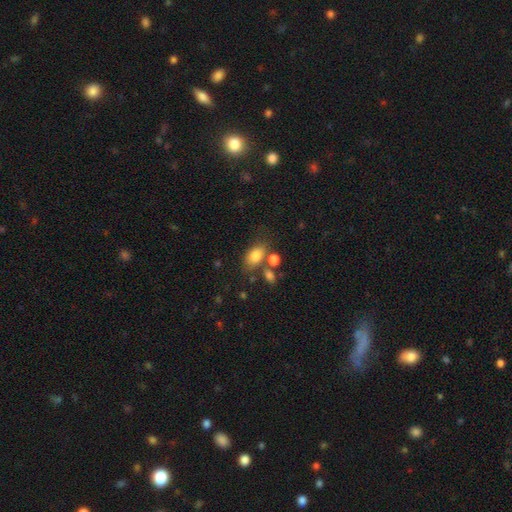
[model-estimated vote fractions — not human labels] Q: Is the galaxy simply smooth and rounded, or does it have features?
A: smooth — 81%.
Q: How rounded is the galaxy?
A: in between — 86%.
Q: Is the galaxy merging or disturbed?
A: none — 59%.